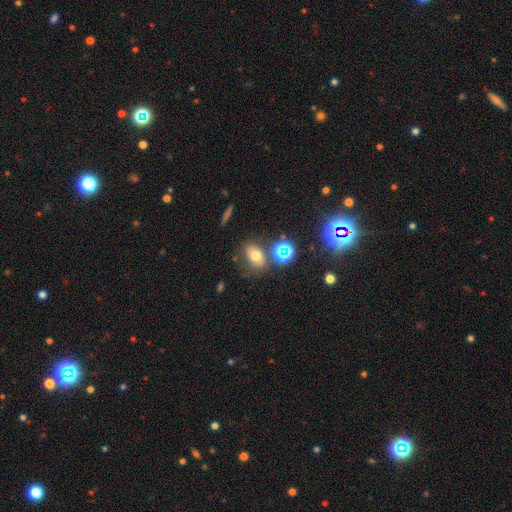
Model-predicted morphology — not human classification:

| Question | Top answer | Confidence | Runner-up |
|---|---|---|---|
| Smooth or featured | smooth | 63% | star or artifact (21%) |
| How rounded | in between | 73% | round (25%) |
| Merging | none | 66% | minor disturbance (16%) |